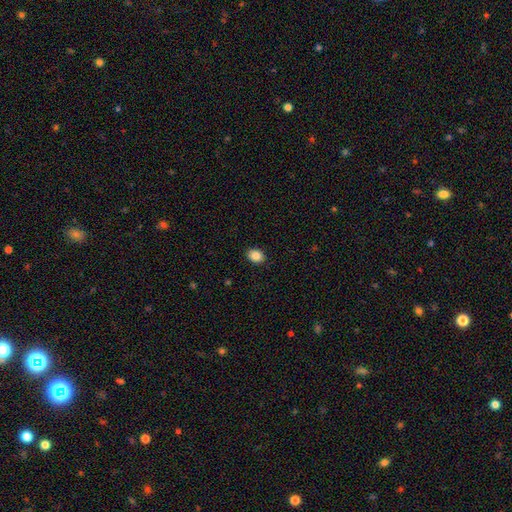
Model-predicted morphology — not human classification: smooth-or-featured: smooth: 87% | star or artifact: 9% | featured or disk: 4%
  how-rounded: in between: 66% | round: 33% | cigar-shaped: 1%
  merging: none: 90% | minor disturbance: 7% | major disturbance: 2% | merger: 1%